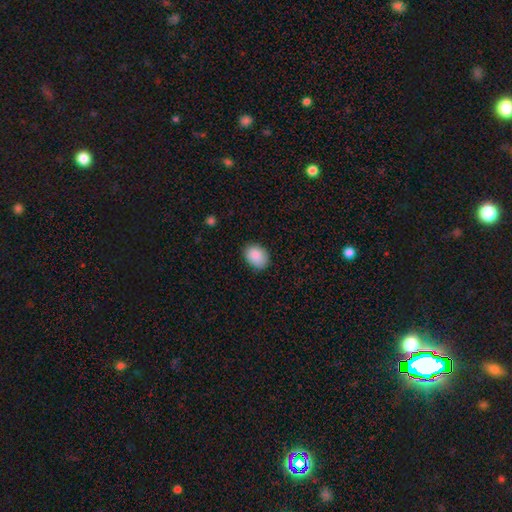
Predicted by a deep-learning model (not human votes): smooth_or_featured: smooth (p=0.89) [alt: star or artifact p=0.07]
how_rounded: in between (p=0.65) [alt: round p=0.34]
merging: none (p=0.80) [alt: minor disturbance p=0.16]